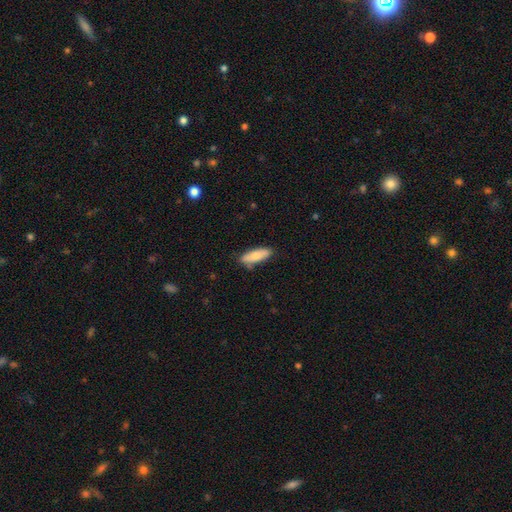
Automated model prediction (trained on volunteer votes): smooth-or-featured: smooth: 78% | featured or disk: 16% | star or artifact: 6%
  how-rounded: in between: 63% | cigar-shaped: 35% | round: 2%
  merging: none: 77% | minor disturbance: 17% | major disturbance: 3% | merger: 3%